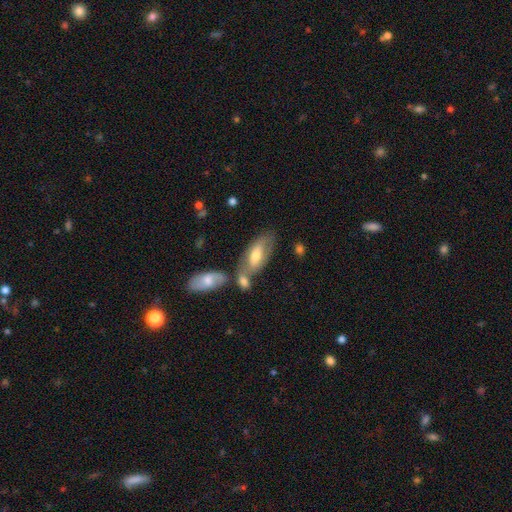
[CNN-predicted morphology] Smooth or featured: smooth — 57% (featured or disk — 37%)
How rounded: in between — 81% (cigar-shaped — 17%)
Merging: none — 45% (merger — 34%)